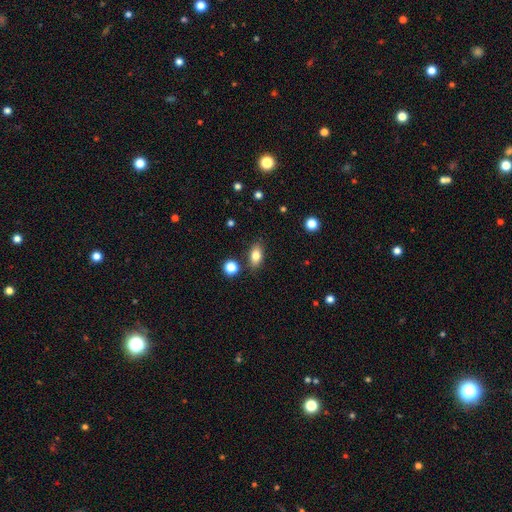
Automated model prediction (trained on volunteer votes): smooth_or_featured: smooth (p=0.80) [alt: featured or disk p=0.11]
how_rounded: in between (p=0.84) [alt: round p=0.11]
merging: none (p=0.81) [alt: minor disturbance p=0.11]